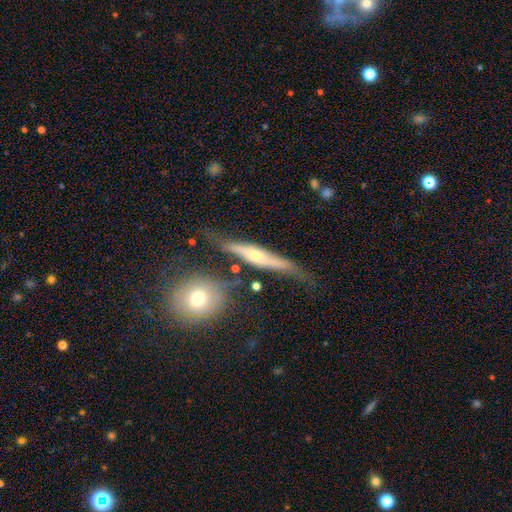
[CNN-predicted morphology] Smooth or featured?
  - featured or disk: 71% *
  - smooth: 23%
  - star or artifact: 7%
Edge-on disk?
  - yes: 87% *
  - no: 13%
Edge-on bulge?
  - rounded: 82% *
  - none: 10%
  - boxy: 9%
Merging?
  - none: 60% *
  - minor disturbance: 22%
  - major disturbance: 10%
  - merger: 8%